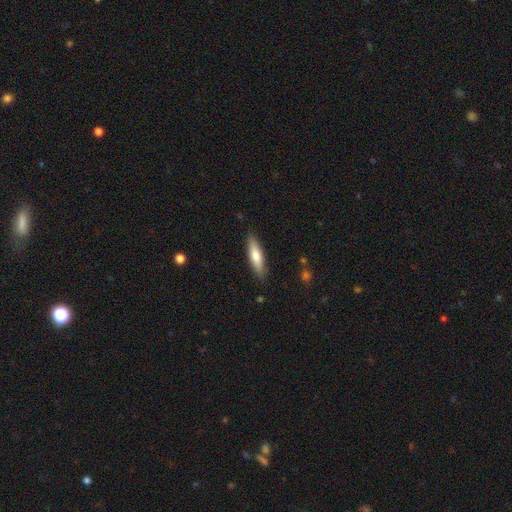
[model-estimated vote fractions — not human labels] Smooth or featured: smooth — 64% (featured or disk — 30%)
How rounded: cigar-shaped — 69% (in between — 29%)
Merging: none — 87% (minor disturbance — 10%)